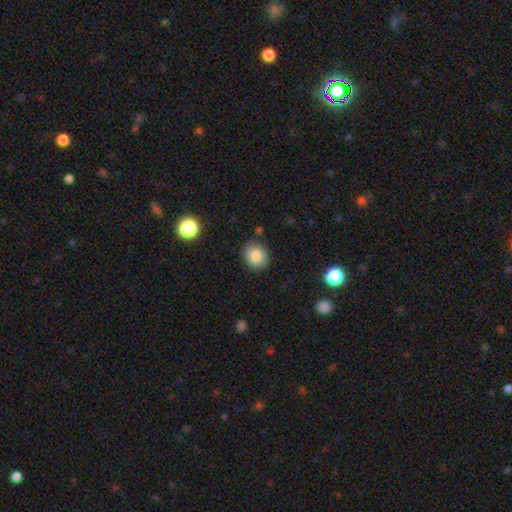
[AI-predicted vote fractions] A smooth galaxy with no disk features (84%) that is round (58%). Merging: none (85%).